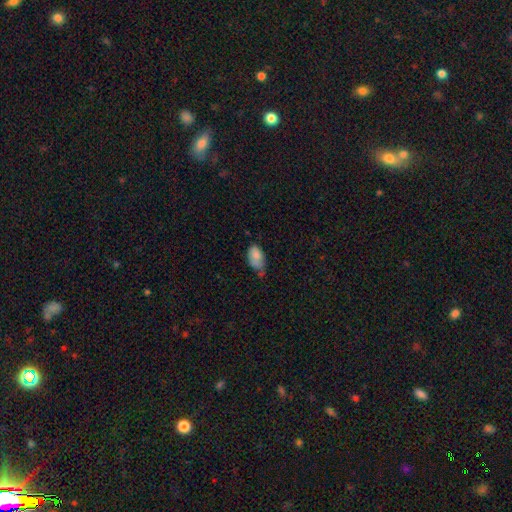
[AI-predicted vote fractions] This appears to be a smooth galaxy with no disk features (79%) that is in between round and cigar-shaped (92%). Merging: minor disturbance (43%).